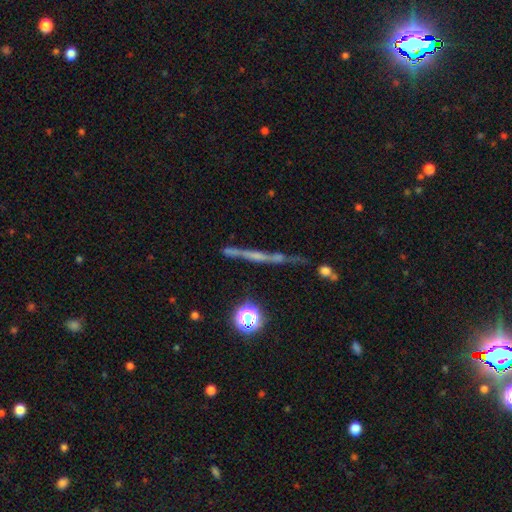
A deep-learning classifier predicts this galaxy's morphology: This is possibly a featured or disk galaxy (48%). Merging: likely none (61%).